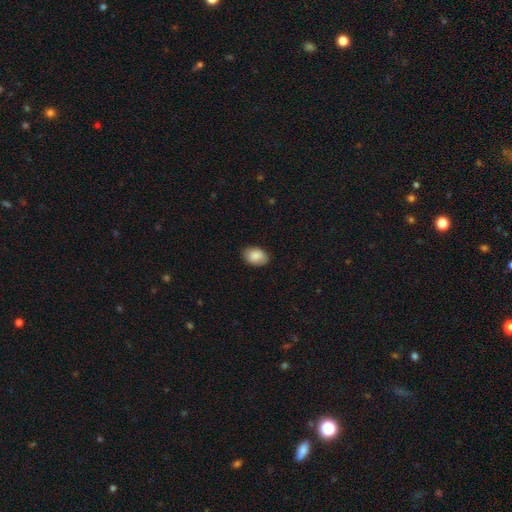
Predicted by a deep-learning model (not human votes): smooth-or-featured: smooth: 87% | star or artifact: 7% | featured or disk: 7%
  how-rounded: in between: 87% | round: 12% | cigar-shaped: 1%
  merging: none: 84% | minor disturbance: 12% | major disturbance: 2% | merger: 1%